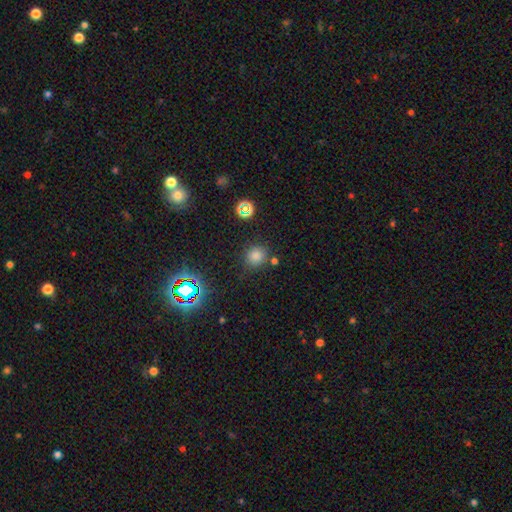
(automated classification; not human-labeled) Overall: smooth (71%). How rounded: round (87%). Merging: none (80%).